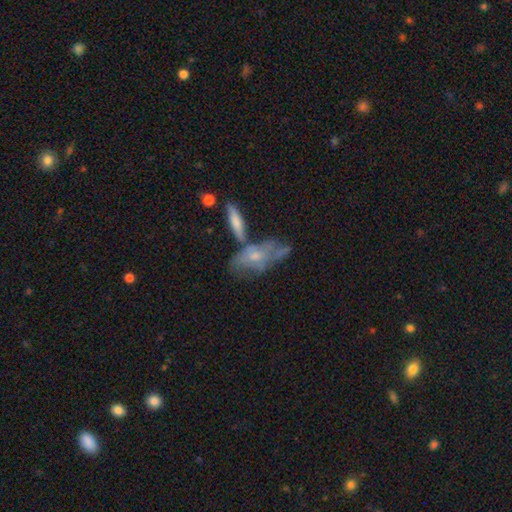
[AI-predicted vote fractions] Smooth or featured?
  - featured or disk: 48% *
  - smooth: 45%
  - star or artifact: 8%
Merging?
  - none: 31% *
  - merger: 30%
  - minor disturbance: 22%
  - major disturbance: 18%